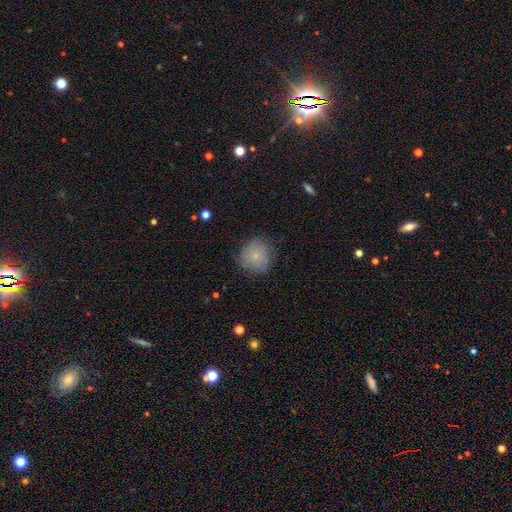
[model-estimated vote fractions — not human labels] Q: Smooth or featured?
A: smooth (68%); runner-up: featured or disk (23%)
Q: How rounded?
A: round (86%); runner-up: in between (13%)
Q: Merging?
A: none (74%); runner-up: minor disturbance (19%)